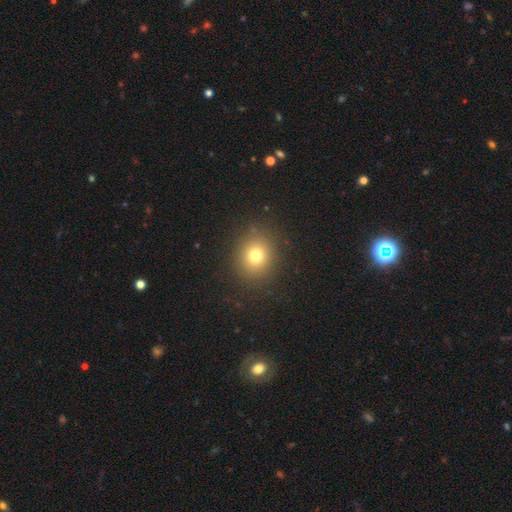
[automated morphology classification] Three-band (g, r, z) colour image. It shows a smooth galaxy with no disk features (75%) that is round (77%). Merging: none (88%).